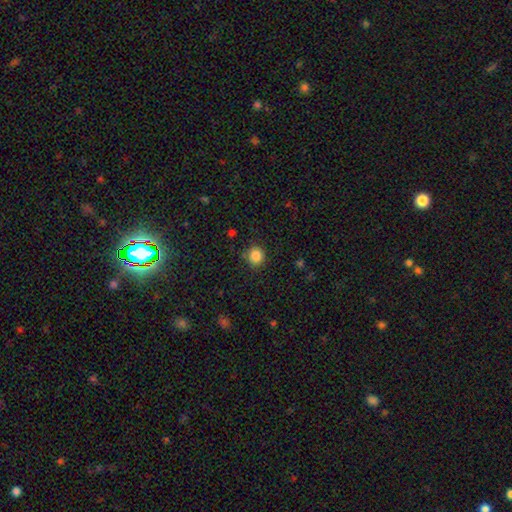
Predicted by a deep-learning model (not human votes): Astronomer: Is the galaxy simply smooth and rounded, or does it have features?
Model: smooth — 86%.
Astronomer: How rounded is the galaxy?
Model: round — 87%.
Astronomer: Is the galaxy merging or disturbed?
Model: none — 84%.